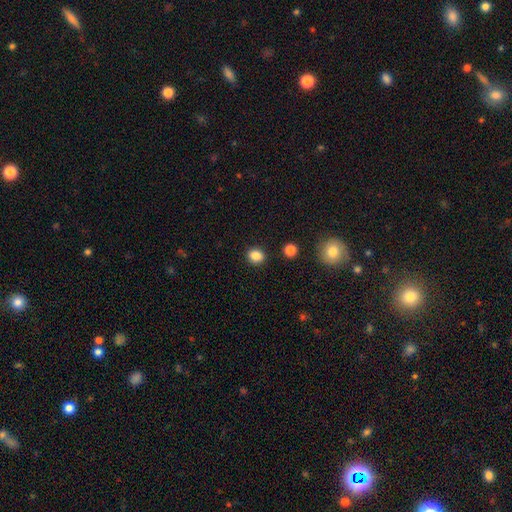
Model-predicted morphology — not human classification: Smooth or featured? Predicted: smooth (p=0.85). How rounded? Predicted: round (p=0.69). Merging? Predicted: none (p=0.90).